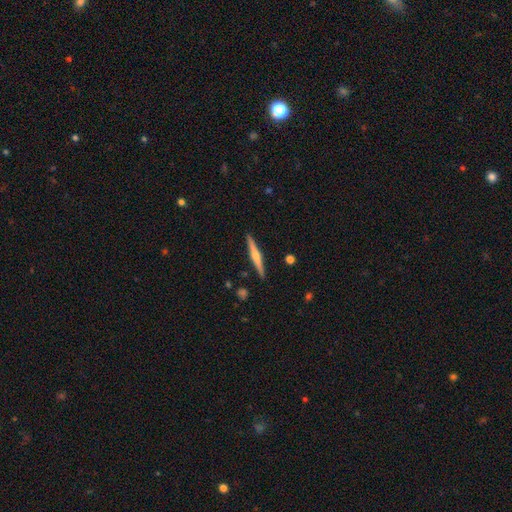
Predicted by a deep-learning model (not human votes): Q: Smooth or featured?
A: featured or disk (62%); runner-up: smooth (32%)
Q: Edge-on disk?
A: yes (98%); runner-up: no (2%)
Q: Edge-on bulge?
A: rounded (76%); runner-up: none (14%)
Q: Merging?
A: none (91%); runner-up: minor disturbance (6%)